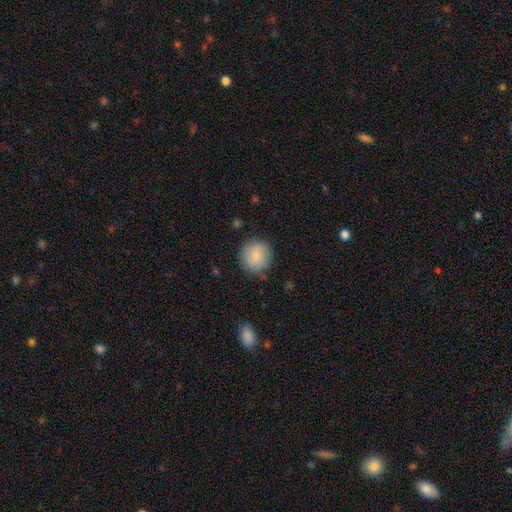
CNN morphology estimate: This appears to be a smooth galaxy with no disk features (77%) that is round (93%). Merging: none (84%).